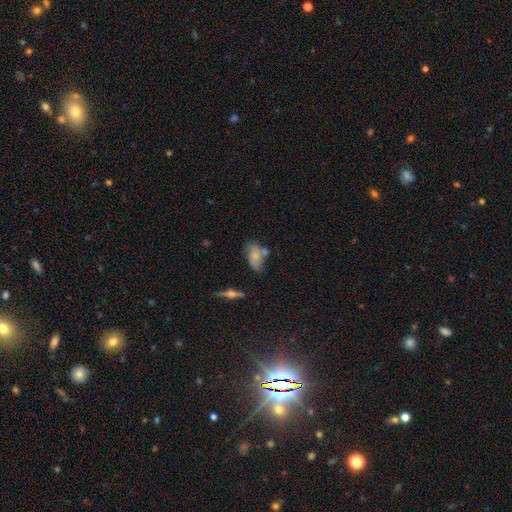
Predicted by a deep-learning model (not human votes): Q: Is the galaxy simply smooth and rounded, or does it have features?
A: smooth — 65%.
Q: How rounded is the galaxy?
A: in between — 89%.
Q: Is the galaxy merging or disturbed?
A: none — 46%.